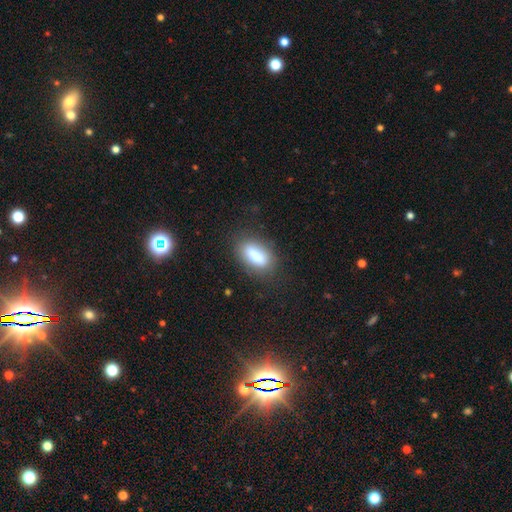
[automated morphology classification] This is clearly a smooth galaxy (81%). How rounded: likely in between (77%). Merging: likely none (78%).